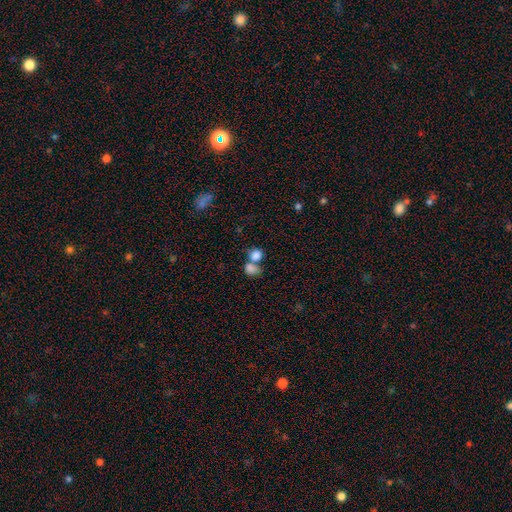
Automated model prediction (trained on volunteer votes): Smooth or featured? smooth (82%)
How rounded? round (69%)
Merging? merger (51%)